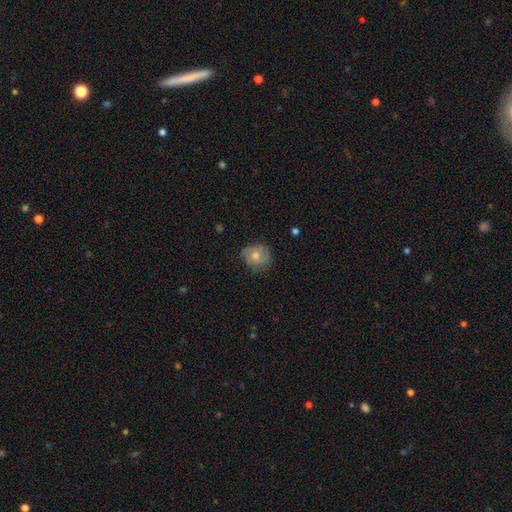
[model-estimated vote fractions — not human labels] Smooth or featured?
  - smooth: 59% *
  - featured or disk: 31%
  - star or artifact: 11%
How rounded?
  - round: 80% *
  - in between: 19%
  - cigar-shaped: 1%
Merging?
  - none: 75% *
  - minor disturbance: 19%
  - major disturbance: 4%
  - merger: 1%